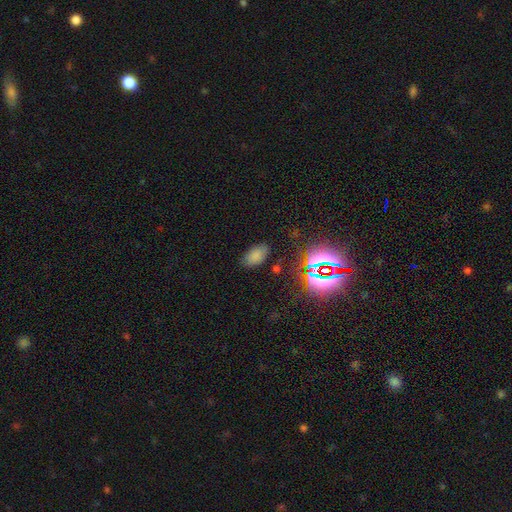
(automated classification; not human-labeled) Morphology: type=smooth (72%); roundness=in between (93%); merging=none (80%).